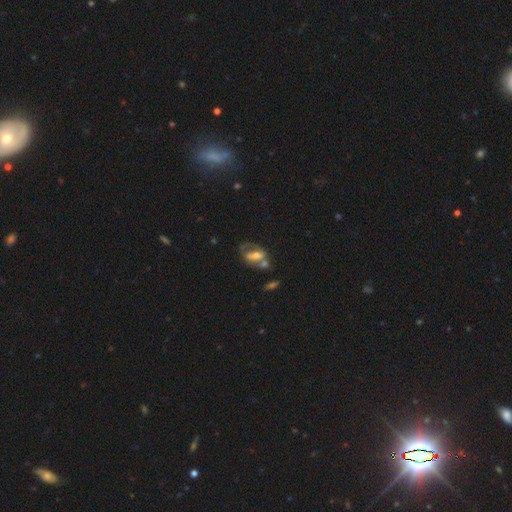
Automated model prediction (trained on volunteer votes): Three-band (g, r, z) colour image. It shows a featured or disk galaxy (53%). Merging: none (33%).